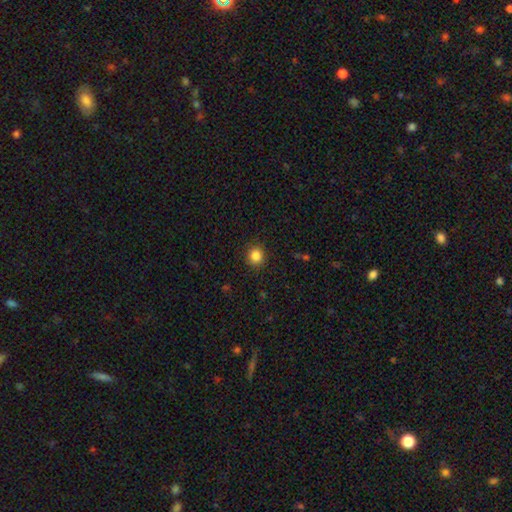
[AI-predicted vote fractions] Smooth or featured?
  - smooth: 85% *
  - star or artifact: 11%
  - featured or disk: 4%
How rounded?
  - round: 88% *
  - in between: 11%
  - cigar-shaped: 1%
Merging?
  - none: 90% *
  - minor disturbance: 7%
  - major disturbance: 2%
  - merger: 1%